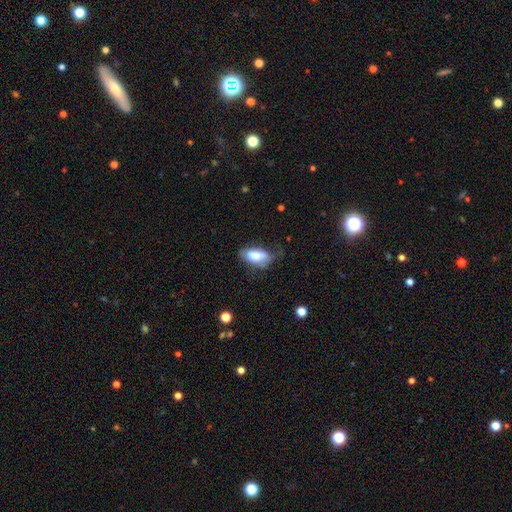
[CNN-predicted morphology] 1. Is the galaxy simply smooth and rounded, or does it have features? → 74% smooth, 19% featured or disk, 7% star or artifact.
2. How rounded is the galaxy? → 87% in between, 10% cigar-shaped, 3% round.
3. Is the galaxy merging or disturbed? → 46% none, 35% minor disturbance, 16% major disturbance, 2% merger.